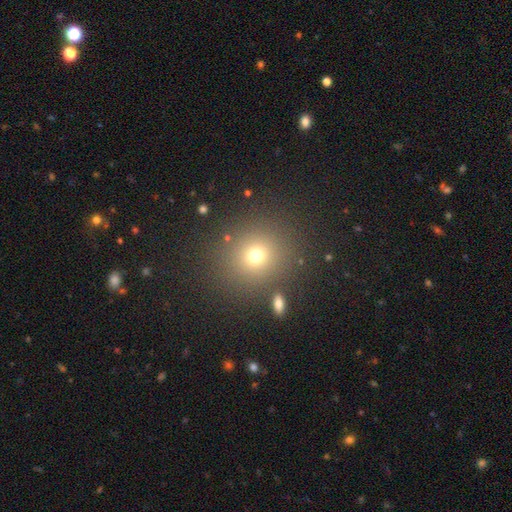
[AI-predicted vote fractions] Smooth or featured: smooth — 71% (star or artifact — 19%)
How rounded: round — 84% (in between — 15%)
Merging: none — 84% (minor disturbance — 7%)